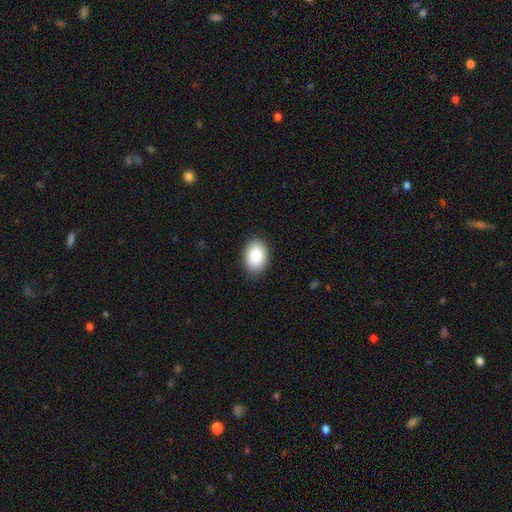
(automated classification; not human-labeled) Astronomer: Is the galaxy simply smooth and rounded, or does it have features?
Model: smooth — 89%.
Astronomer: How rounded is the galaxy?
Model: in between — 85%.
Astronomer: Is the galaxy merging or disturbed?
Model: none — 88%.